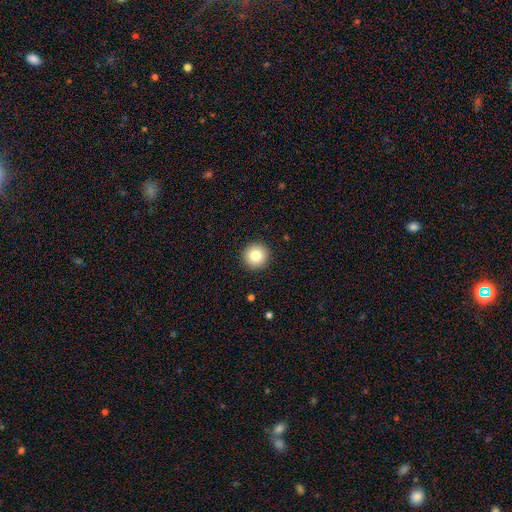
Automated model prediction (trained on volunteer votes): Smooth or featured? Predicted: smooth (p=0.83). How rounded? Predicted: round (p=0.96). Merging? Predicted: none (p=0.93).